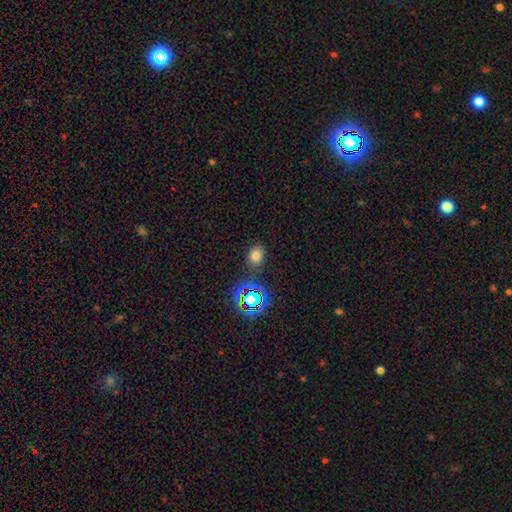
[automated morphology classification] A smooth galaxy with no disk features (71%) that is in between round and cigar-shaped (55%). Merging: none (81%).